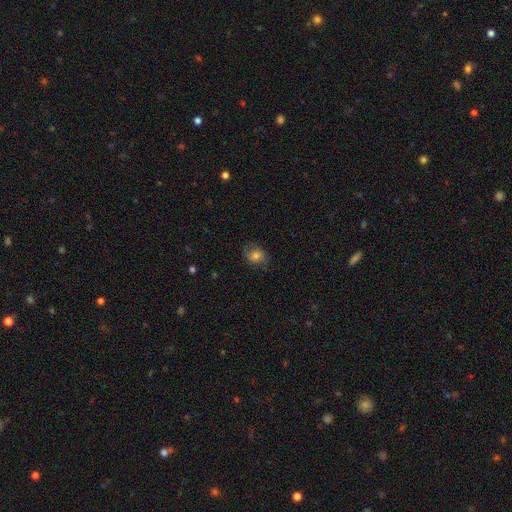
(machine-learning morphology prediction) Smooth or featured? smooth (69%)
How rounded? round (57%)
Merging? none (71%)